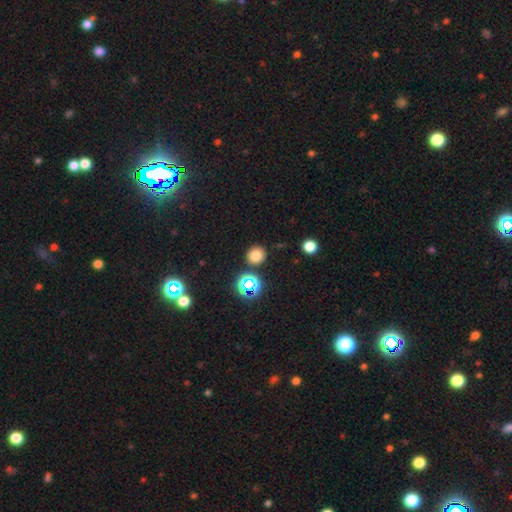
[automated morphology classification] The model was most divided on "smooth or featured": smooth: 73%, star or artifact: 21%, featured or disk: 6%. More confident: how rounded — round (87%); merging — none (85%).